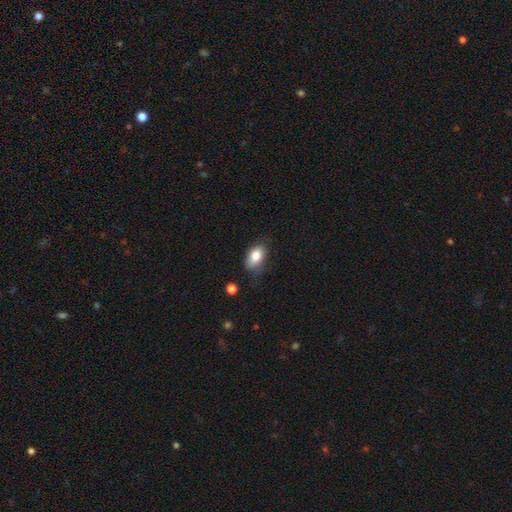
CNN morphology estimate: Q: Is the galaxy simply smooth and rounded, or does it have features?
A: smooth — 82%.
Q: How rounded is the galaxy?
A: in between — 87%.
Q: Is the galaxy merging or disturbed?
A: none — 65%.